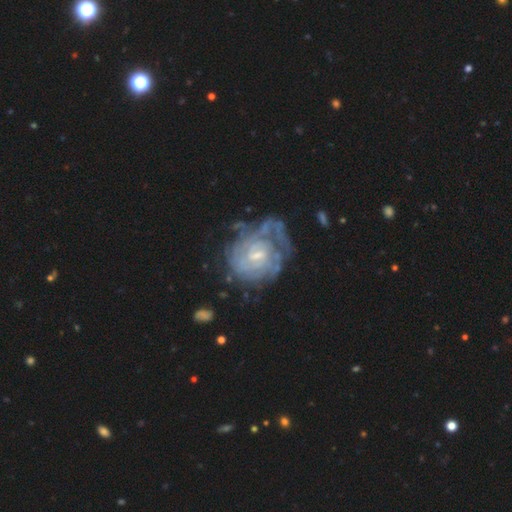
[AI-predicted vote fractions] A featured or disk galaxy (82%) with a weak bar (55%), tight (69%) spiral arms (87%) and a small central bulge (54%). Merging: none (49%).